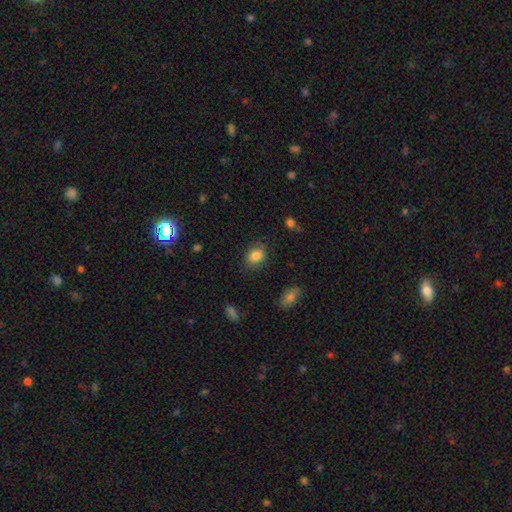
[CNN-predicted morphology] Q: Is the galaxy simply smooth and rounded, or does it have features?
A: smooth — 84%.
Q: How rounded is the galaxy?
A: in between — 63%.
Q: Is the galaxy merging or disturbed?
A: none — 78%.